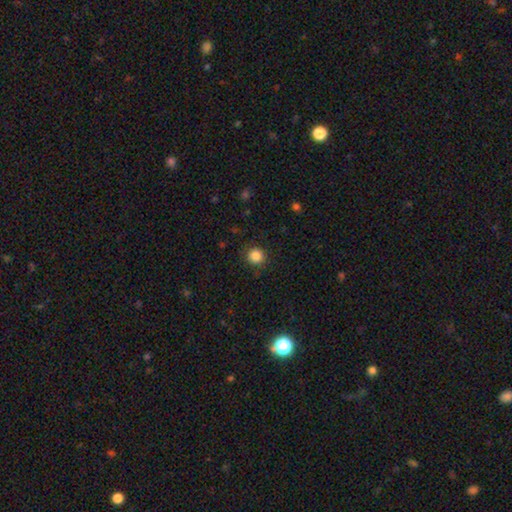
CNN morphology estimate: type=smooth (86%); roundness=round (94%); merging=none (90%).